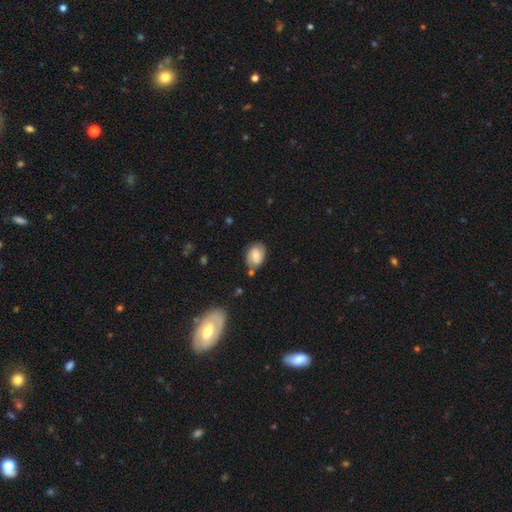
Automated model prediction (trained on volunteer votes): smooth 66%, featured or disk 26%, star or artifact 8%. Down the decision tree: how rounded — in between (73%); merging — none (67%).